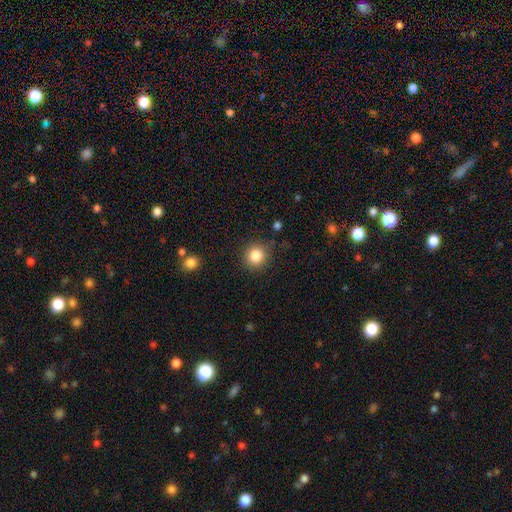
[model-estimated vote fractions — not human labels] This appears to be a smooth galaxy with no disk features (84%) that is round (91%). Merging: none (87%).